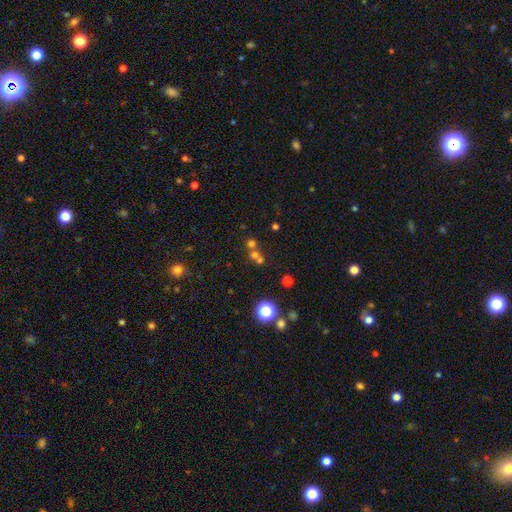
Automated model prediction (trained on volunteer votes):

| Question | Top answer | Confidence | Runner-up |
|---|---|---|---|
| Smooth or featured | smooth | 56% | star or artifact (29%) |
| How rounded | round | 85% | in between (14%) |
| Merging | merger | 47% | none (43%) |